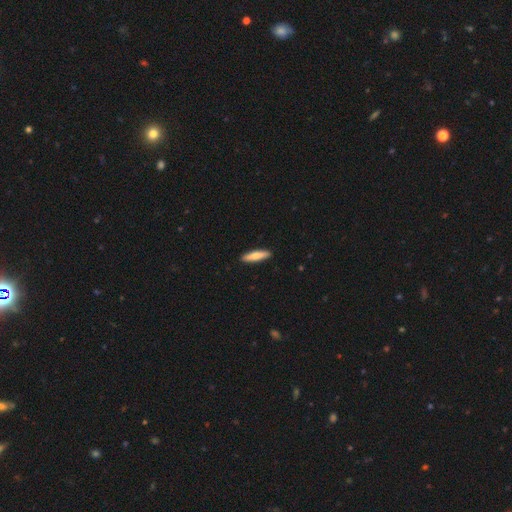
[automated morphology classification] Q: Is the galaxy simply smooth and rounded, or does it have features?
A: smooth — 71%.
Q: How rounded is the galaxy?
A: cigar-shaped — 76%.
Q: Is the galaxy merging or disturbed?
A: none — 91%.